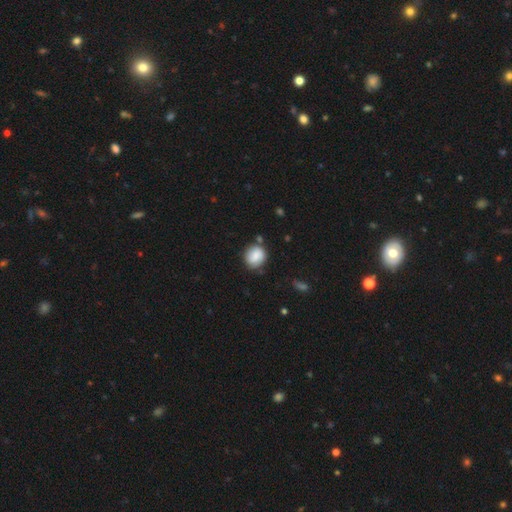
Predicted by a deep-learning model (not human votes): smooth 80%, featured or disk 12%, star or artifact 8%. Down the decision tree: how rounded — round (73%); merging — none (70%).